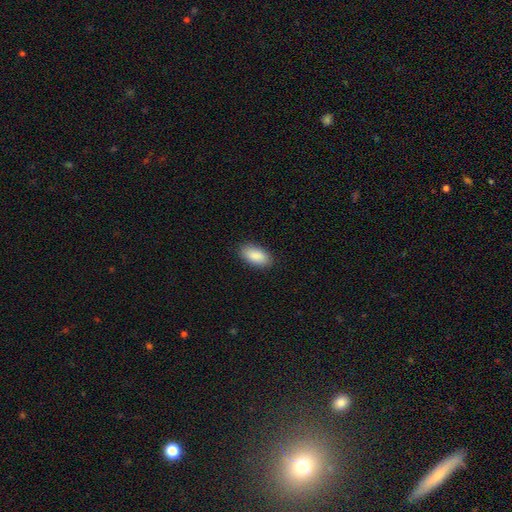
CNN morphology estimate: smooth_or_featured: smooth (p=0.90) [alt: star or artifact p=0.06]
how_rounded: in between (p=0.93) [alt: cigar-shaped p=0.04]
merging: none (p=0.88) [alt: minor disturbance p=0.09]